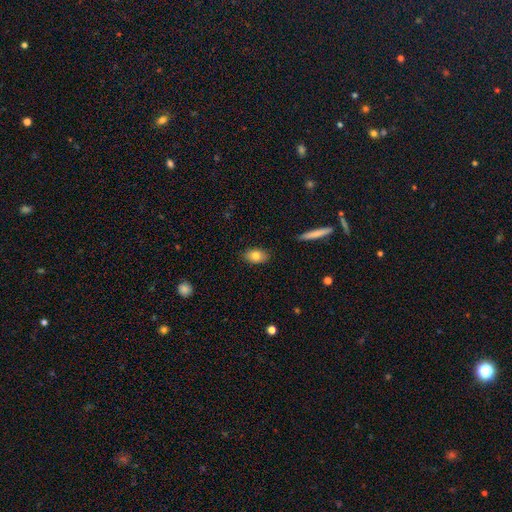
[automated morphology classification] A smooth galaxy with no disk features (79%) that is in between round and cigar-shaped (88%).

Vote fractions:
- Smooth or featured? smooth: 79% / featured or disk: 13% / star or artifact: 7%
- How rounded? in between: 88% / round: 10% / cigar-shaped: 3%
- Merging? none: 87% / minor disturbance: 10% / major disturbance: 2% / merger: 1%